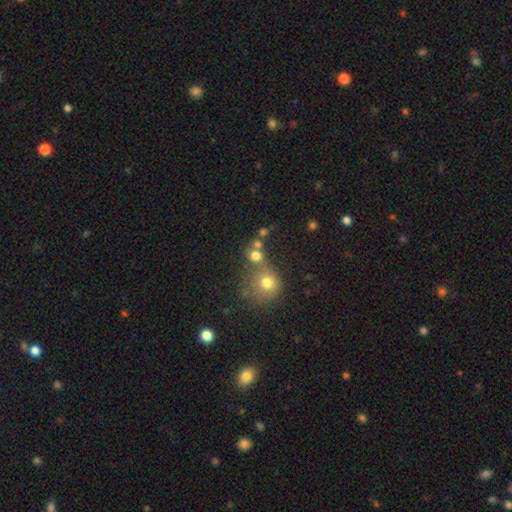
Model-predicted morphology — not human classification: Q: Smooth or featured?
A: smooth (72%); runner-up: star or artifact (17%)
Q: How rounded?
A: round (83%); runner-up: in between (16%)
Q: Merging?
A: none (45%); runner-up: merger (42%)